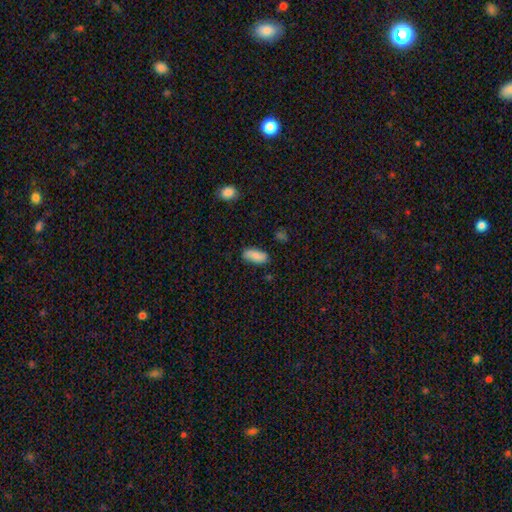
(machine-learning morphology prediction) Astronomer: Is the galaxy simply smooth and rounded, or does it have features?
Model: smooth — 86%.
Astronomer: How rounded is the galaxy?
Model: in between — 82%.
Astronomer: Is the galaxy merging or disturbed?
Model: none — 78%.